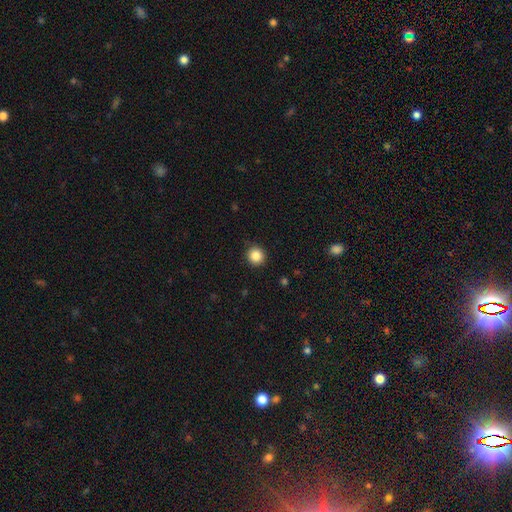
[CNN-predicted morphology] The model was most divided on "smooth or featured": smooth: 86%, star or artifact: 10%, featured or disk: 4%. More confident: how rounded — round (91%); merging — none (87%).